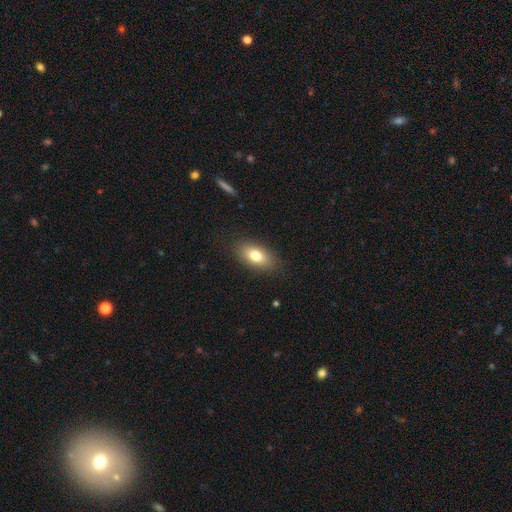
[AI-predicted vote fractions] Overall: smooth (78%). How rounded: in between (88%). Merging: none (85%).